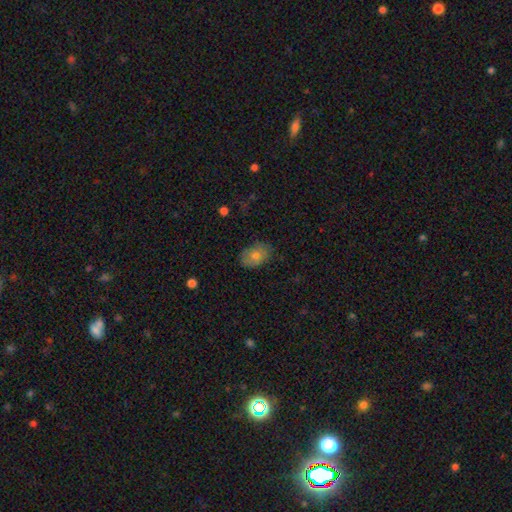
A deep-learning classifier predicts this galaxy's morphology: smooth_or_featured: smooth (p=0.69) [alt: featured or disk p=0.21]
how_rounded: in between (p=0.82) [alt: round p=0.17]
merging: none (p=0.81) [alt: minor disturbance p=0.15]